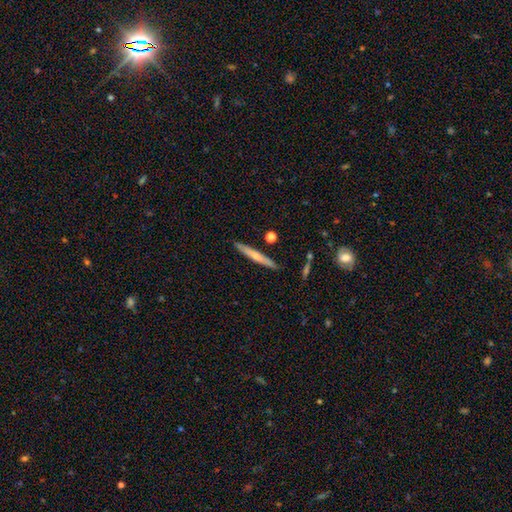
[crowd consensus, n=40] smooth 62%, featured or disk 32%, star or artifact 5%. Down the decision tree: how rounded — cigar-shaped (100%); merging — none (95%).